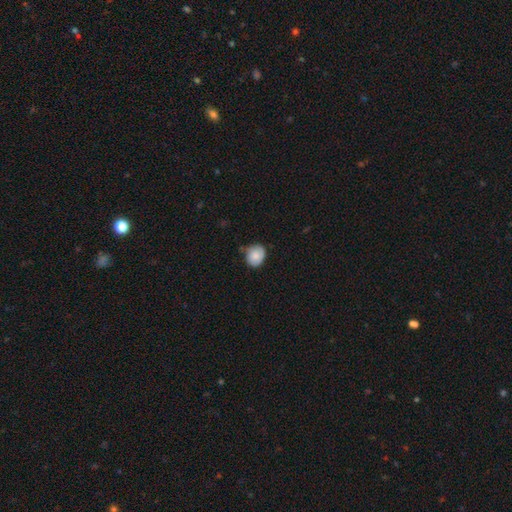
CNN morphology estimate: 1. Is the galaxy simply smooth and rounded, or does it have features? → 78% smooth, 15% featured or disk, 8% star or artifact.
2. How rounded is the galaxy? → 62% round, 37% in between, 1% cigar-shaped.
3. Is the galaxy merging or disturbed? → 62% none, 30% minor disturbance, 5% major disturbance, 3% merger.